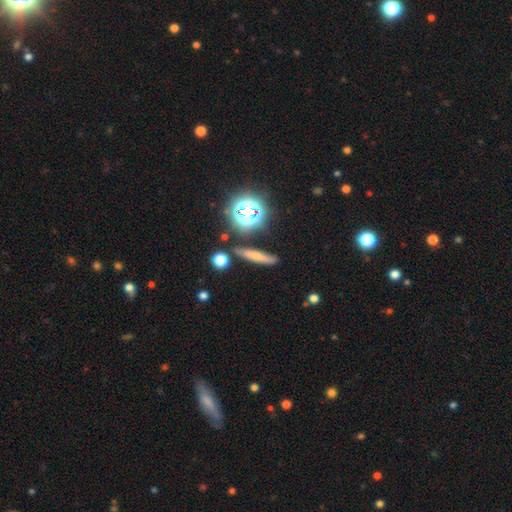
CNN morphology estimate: This is possibly a smooth galaxy (57%). How rounded: likely cigar-shaped (76%). Merging: clearly none (81%).